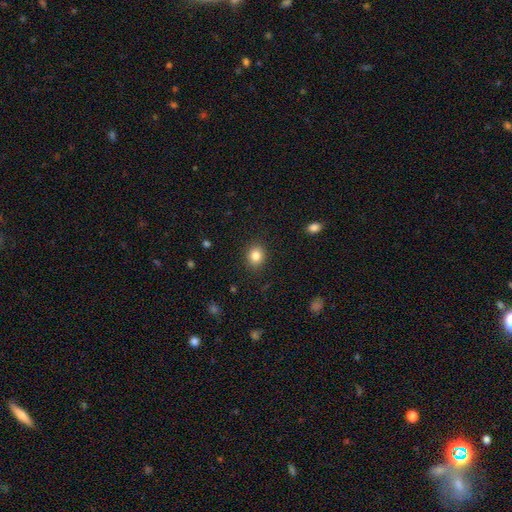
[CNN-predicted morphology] Smooth or featured?
  - smooth: 84% *
  - star or artifact: 10%
  - featured or disk: 6%
How rounded?
  - round: 69% *
  - in between: 30%
  - cigar-shaped: 1%
Merging?
  - none: 90% *
  - minor disturbance: 7%
  - major disturbance: 2%
  - merger: 1%